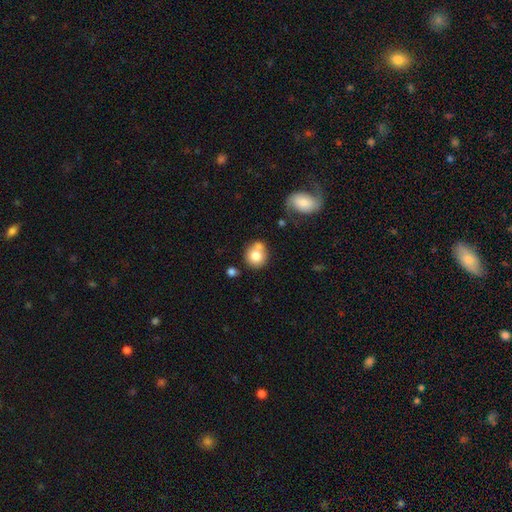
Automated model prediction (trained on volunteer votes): Overall: smooth (77%). How rounded: round (84%). Merging: none (53%; merger 29%).